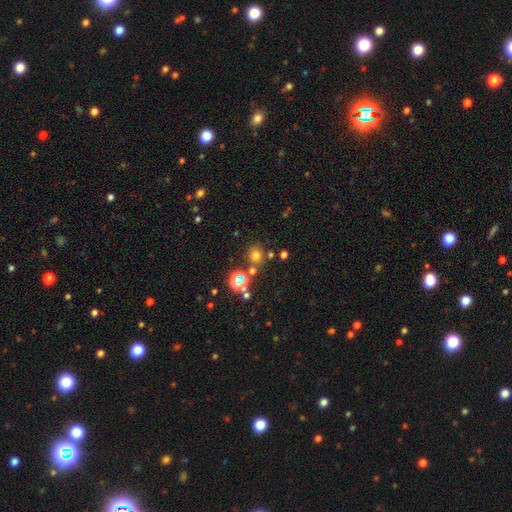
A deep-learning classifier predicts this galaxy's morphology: type=smooth (65%); roundness=round (82%); merging=none (76%).